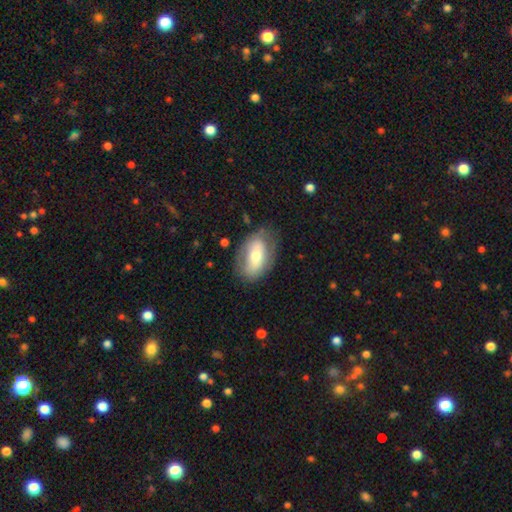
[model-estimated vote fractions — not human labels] Overall: smooth (50%; featured or disk 44%). Merging: none (72%).